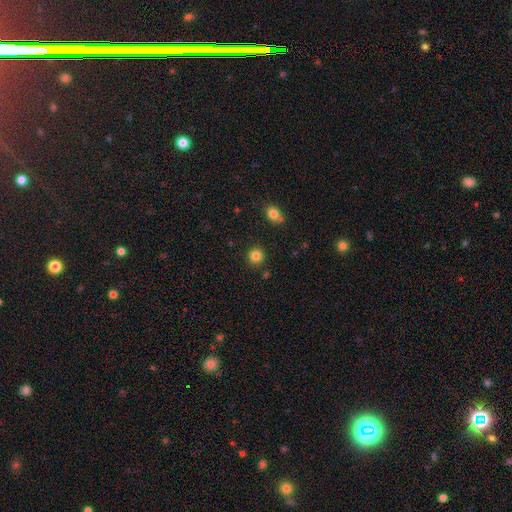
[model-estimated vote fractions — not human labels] Morphology: type=smooth (84%); roundness=round (92%); merging=none (89%).